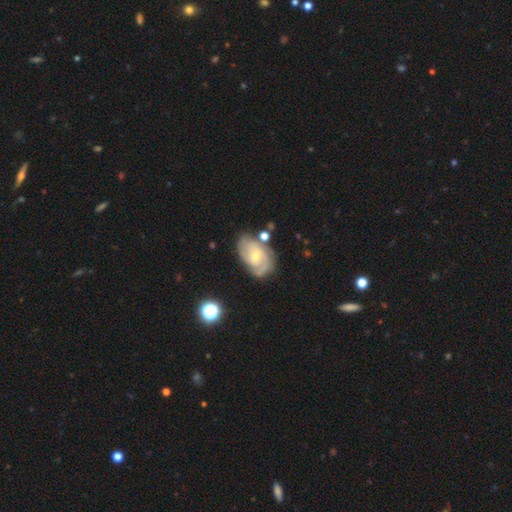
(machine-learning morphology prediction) type=featured or disk (79%); edge-on=no (96%); bar=no (47%); spiral arms=yes (94%); winding=tight (51%); arm count=2 (45%); bulge=small (53%); merging=none (64%).